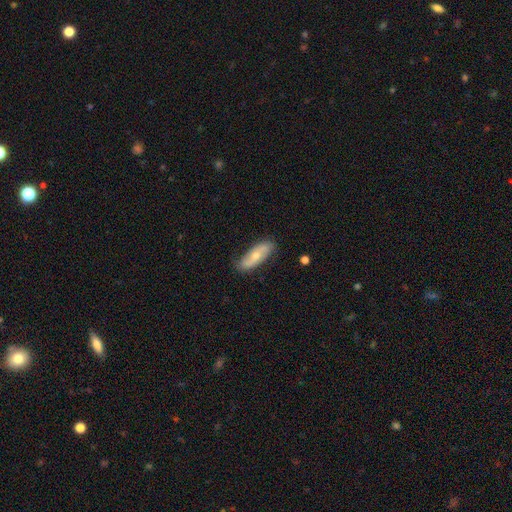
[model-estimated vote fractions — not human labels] A smooth galaxy with no disk features (48%).

Vote fractions:
- Smooth or featured? smooth: 48% / featured or disk: 46% / star or artifact: 6%
- Merging? none: 80% / minor disturbance: 16% / major disturbance: 3% / merger: 1%